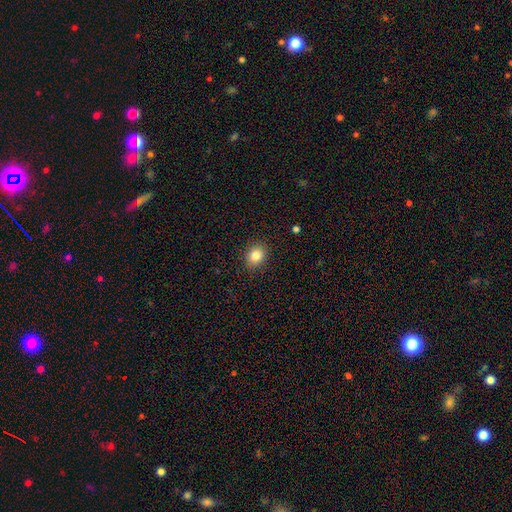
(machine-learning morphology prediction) Smooth or featured: smooth — 83% (star or artifact — 10%)
How rounded: round — 52% (in between — 47%)
Merging: none — 89% (minor disturbance — 8%)